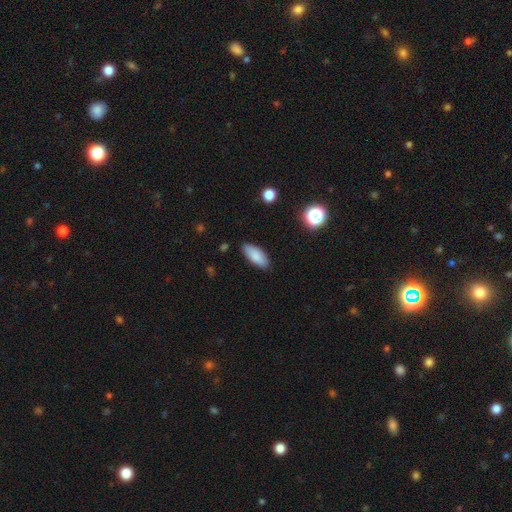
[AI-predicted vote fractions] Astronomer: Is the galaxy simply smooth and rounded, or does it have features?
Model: smooth — 85%.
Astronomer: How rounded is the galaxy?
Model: in between — 81%.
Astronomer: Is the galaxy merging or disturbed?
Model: none — 86%.